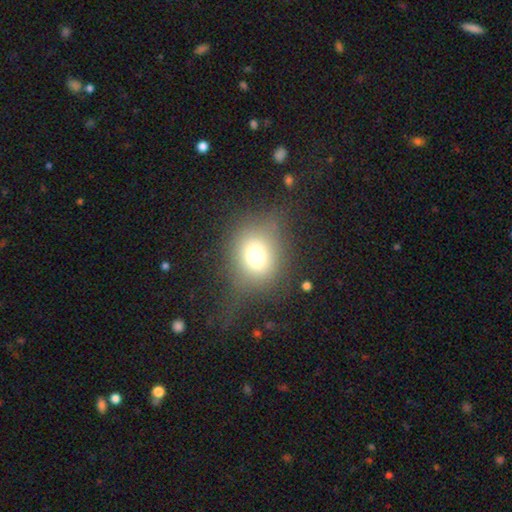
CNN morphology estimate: Smooth or featured? smooth (72%)
How rounded? round (62%)
Merging? none (61%)